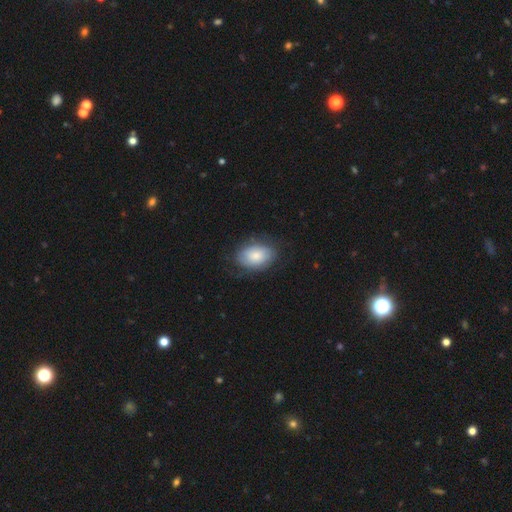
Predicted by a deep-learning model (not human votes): Morphology: type=smooth (74%); roundness=in between (87%); merging=none (72%).